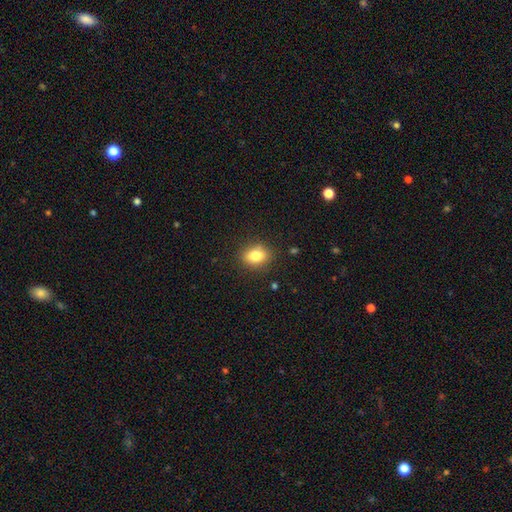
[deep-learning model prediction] A smooth galaxy with no disk features (81%) that is in between round and cigar-shaped (62%). Merging: none (85%).